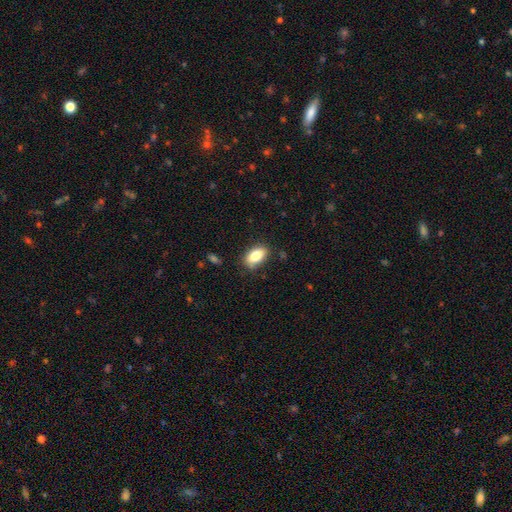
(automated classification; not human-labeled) Q: Smooth or featured?
A: smooth (80%); runner-up: featured or disk (12%)
Q: How rounded?
A: in between (89%); runner-up: round (6%)
Q: Merging?
A: none (82%); runner-up: minor disturbance (14%)